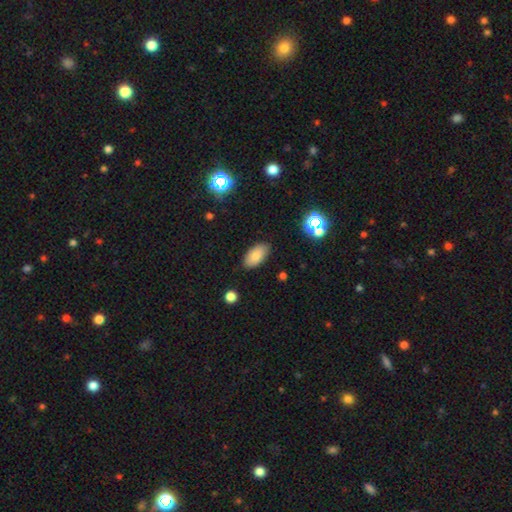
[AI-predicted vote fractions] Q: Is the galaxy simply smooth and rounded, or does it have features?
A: smooth — 82%.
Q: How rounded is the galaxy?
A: in between — 94%.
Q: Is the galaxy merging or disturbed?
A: none — 86%.